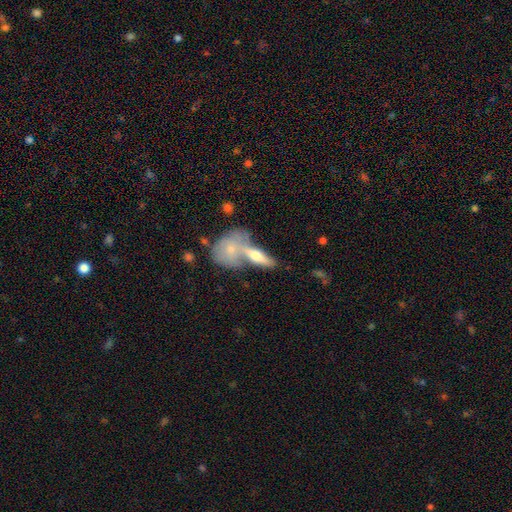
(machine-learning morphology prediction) type=smooth (53%); roundness=in between (53%); merging=merger (51%).